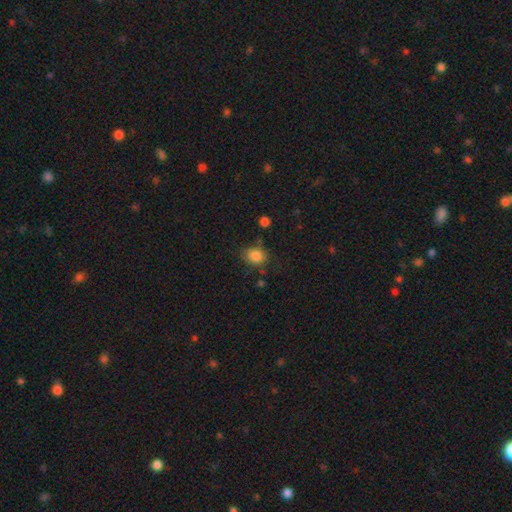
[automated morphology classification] smooth_or_featured: smooth (p=0.84) [alt: star or artifact p=0.10]
how_rounded: round (p=0.50) [alt: in between p=0.49]
merging: none (p=0.68) [alt: minor disturbance p=0.20]